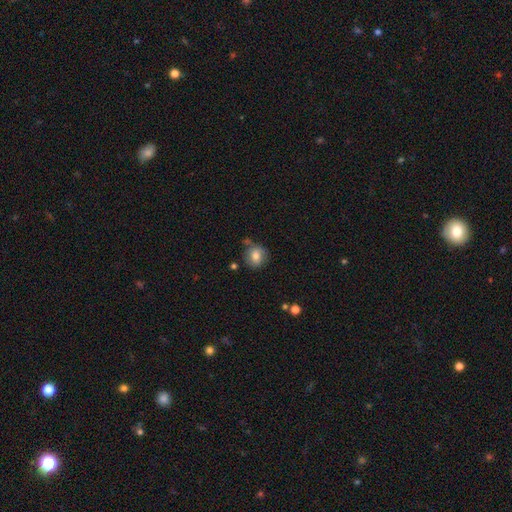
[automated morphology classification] This appears to be a smooth galaxy with no disk features (78%) that is round (81%). Merging: none (69%).